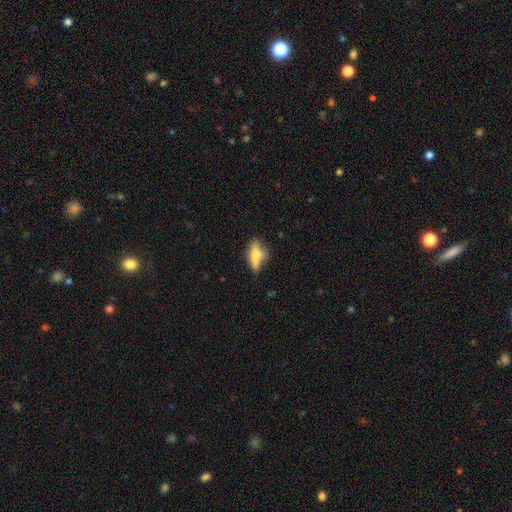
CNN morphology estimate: Smooth or featured? Predicted: smooth (p=0.58). How rounded? Predicted: in between (p=0.64). Merging? Predicted: none (p=0.53).